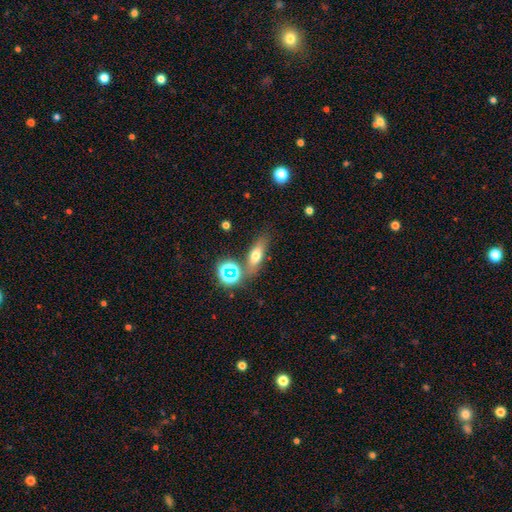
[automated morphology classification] smooth 60%, featured or disk 23%, star or artifact 17%. Down the decision tree: how rounded — in between (55%); merging — none (70%).